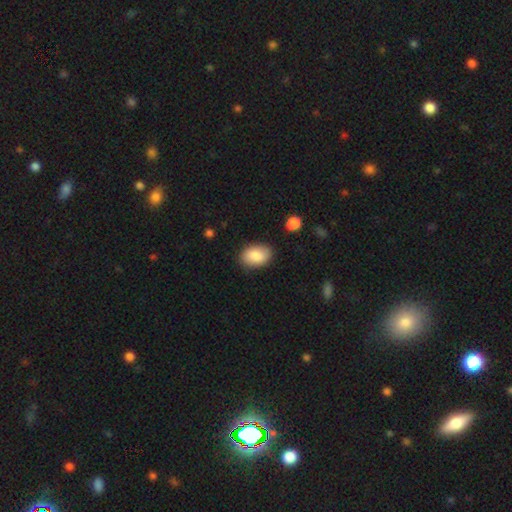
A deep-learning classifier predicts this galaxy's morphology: Smooth or featured: smooth — 86% (featured or disk — 8%)
How rounded: in between — 88% (round — 11%)
Merging: none — 84% (minor disturbance — 11%)